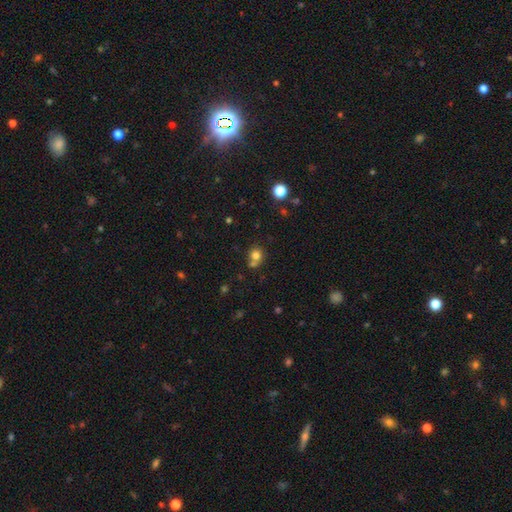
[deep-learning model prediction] smooth_or_featured: smooth (p=0.76) [alt: star or artifact p=0.14]
how_rounded: round (p=0.83) [alt: in between p=0.16]
merging: none (p=0.53) [alt: merger p=0.34]